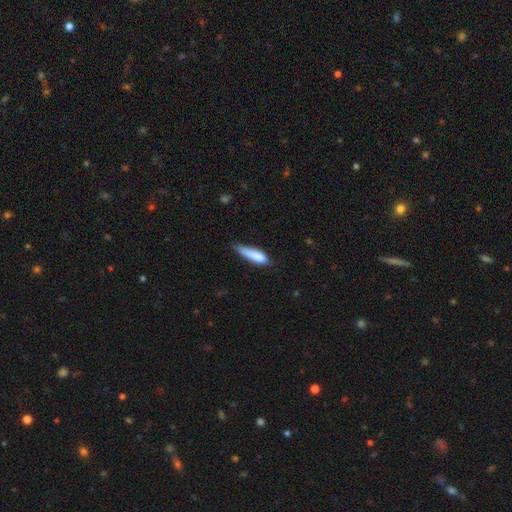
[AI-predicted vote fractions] Smooth or featured? Predicted: smooth (p=0.82). How rounded? Predicted: cigar-shaped (p=0.72). Merging? Predicted: none (p=0.48).